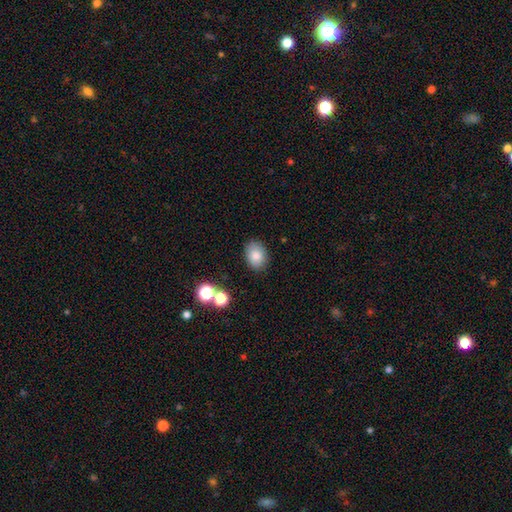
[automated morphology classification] A smooth galaxy with no disk features (83%) that is in between round and cigar-shaped (75%). Merging: none (84%).